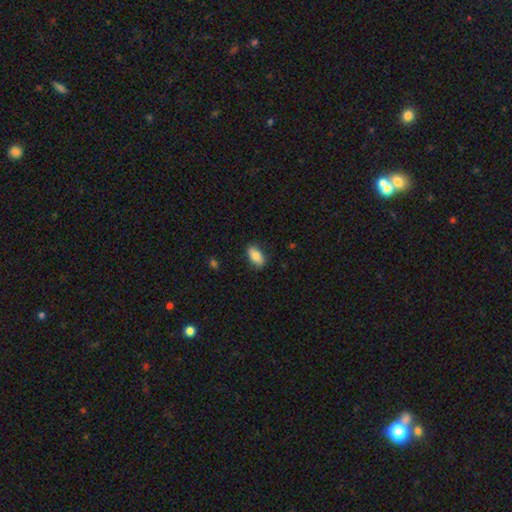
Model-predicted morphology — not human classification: smooth 80%, featured or disk 13%, star or artifact 7%. Down the decision tree: how rounded — in between (89%); merging — none (83%).